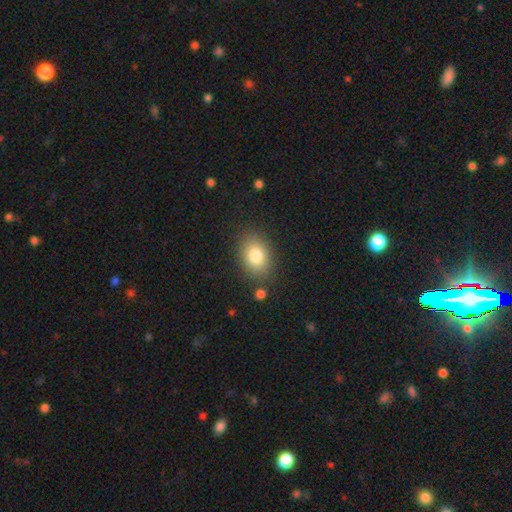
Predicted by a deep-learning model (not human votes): Smooth or featured: smooth — 83% (star or artifact — 9%)
How rounded: in between — 76% (round — 23%)
Merging: none — 83% (minor disturbance — 11%)